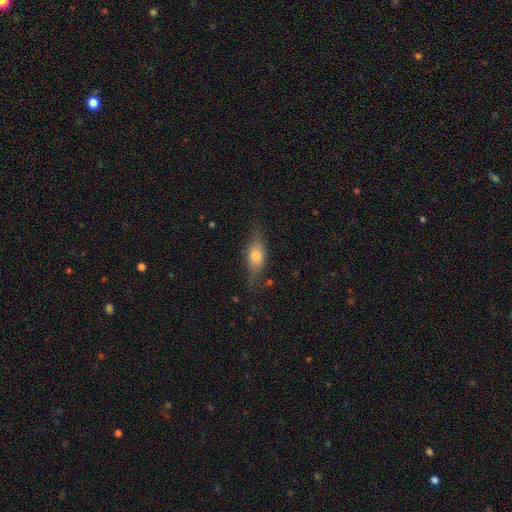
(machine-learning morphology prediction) A smooth galaxy with no disk features (52%) that is in between round and cigar-shaped (63%).

Vote fractions:
- Smooth or featured? smooth: 52% / featured or disk: 39% / star or artifact: 8%
- How rounded? in between: 63% / cigar-shaped: 30% / round: 7%
- Merging? none: 72% / minor disturbance: 20% / major disturbance: 6% / merger: 2%